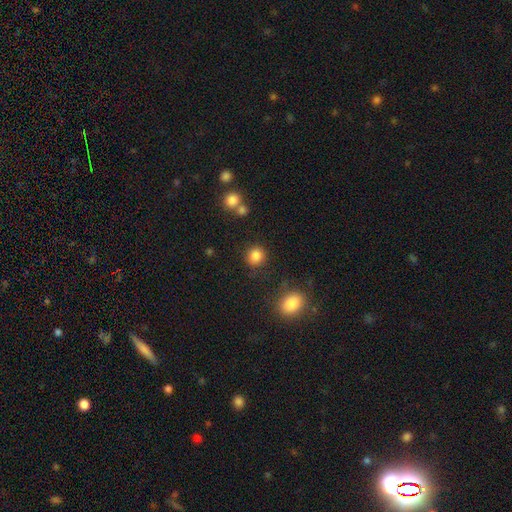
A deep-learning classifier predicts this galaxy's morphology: Smooth or featured? smooth (85%)
How rounded? round (85%)
Merging? none (84%)